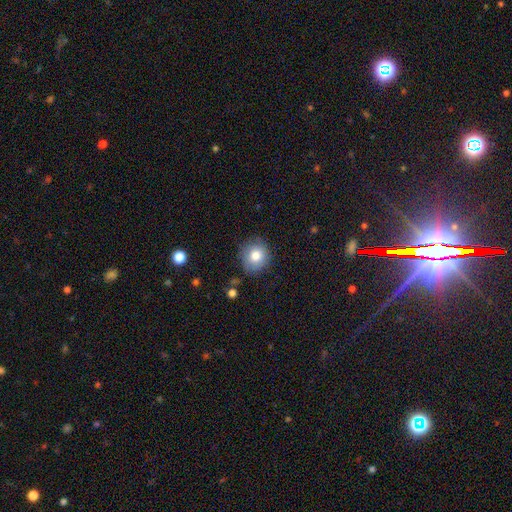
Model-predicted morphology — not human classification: A smooth galaxy with no disk features (79%) that is round (83%). Merging: none (78%).